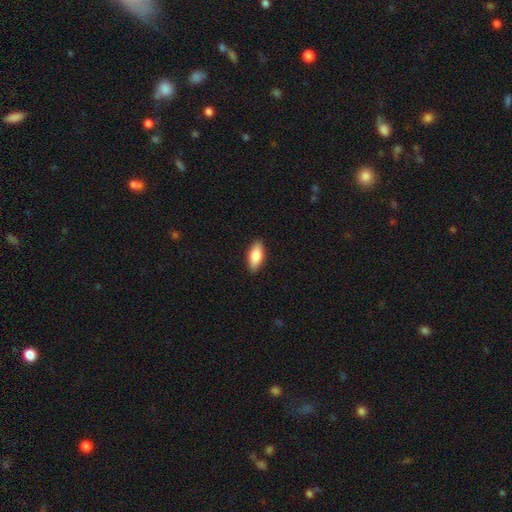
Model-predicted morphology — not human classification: This is clearly a smooth galaxy (83%). How rounded: clearly in between (83%). Merging: clearly none (90%).